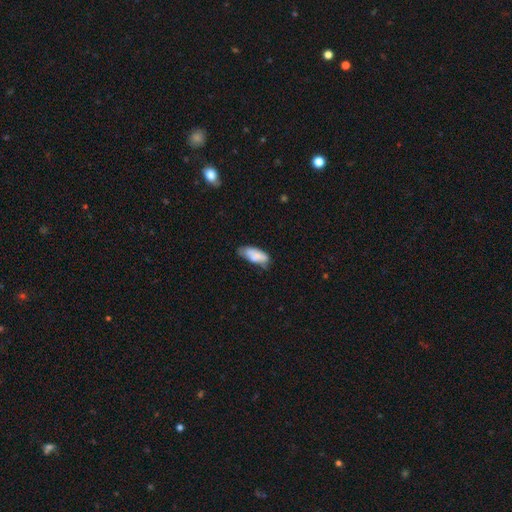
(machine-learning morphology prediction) A smooth galaxy with no disk features (78%) that is in between round and cigar-shaped (80%). Merging: none (52%).